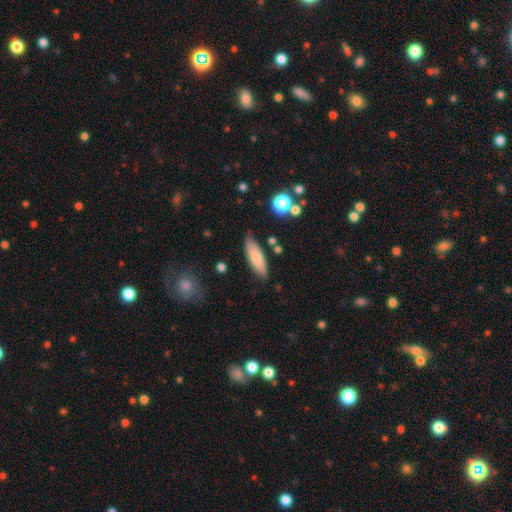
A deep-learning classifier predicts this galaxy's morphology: type=smooth (79%); roundness=in between (54%); merging=none (81%).